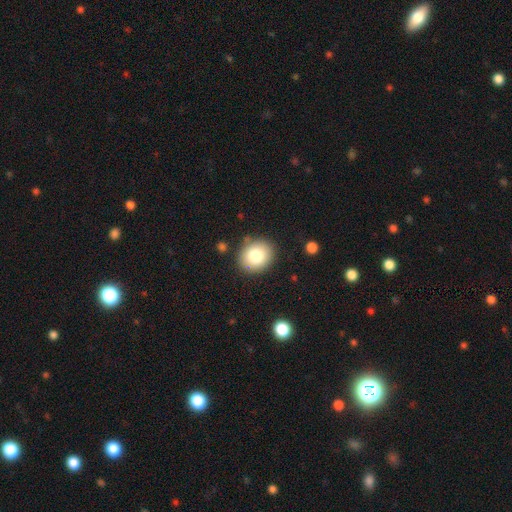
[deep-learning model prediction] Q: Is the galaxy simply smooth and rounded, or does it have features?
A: smooth — 80%.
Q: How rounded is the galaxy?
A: round — 70%.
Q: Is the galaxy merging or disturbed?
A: none — 86%.